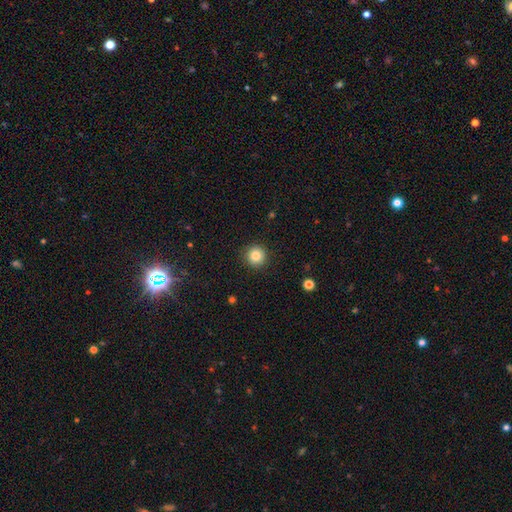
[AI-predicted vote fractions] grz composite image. It shows a smooth galaxy with no disk features (84%) that is round (95%). Merging: none (92%).